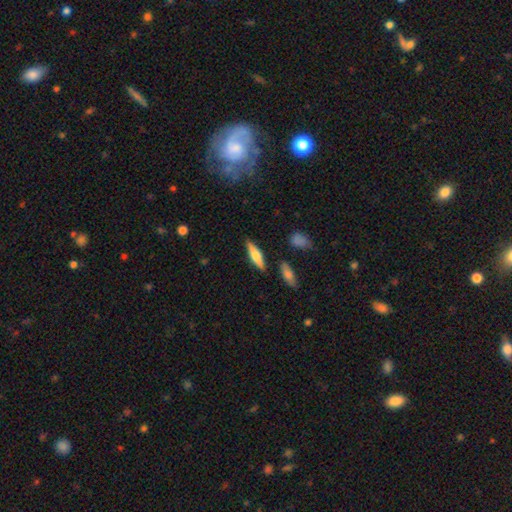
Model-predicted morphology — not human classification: A smooth galaxy with no disk features (53%) that is cigar-shaped (63%). Merging: none (84%).